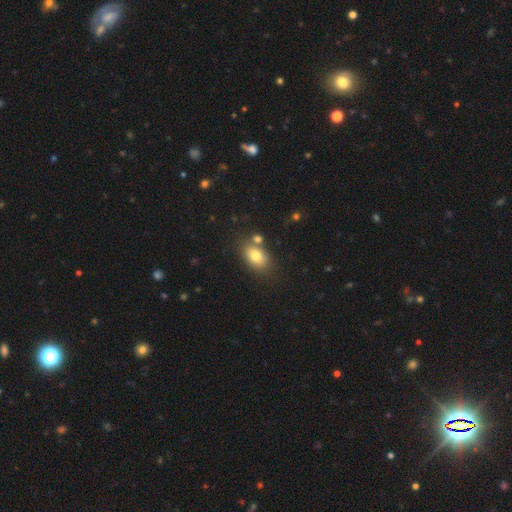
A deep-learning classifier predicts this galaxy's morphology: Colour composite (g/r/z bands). It shows a smooth galaxy with no disk features (80%) that is in between round and cigar-shaped (83%). Merging: none (69%).